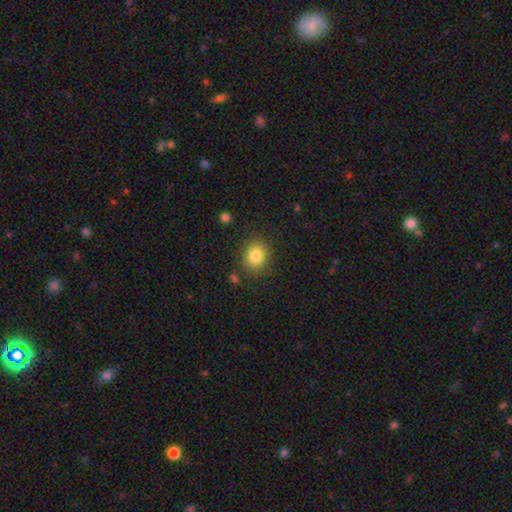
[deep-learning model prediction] A smooth galaxy with no disk features (84%) that is round (62%). Merging: none (84%).